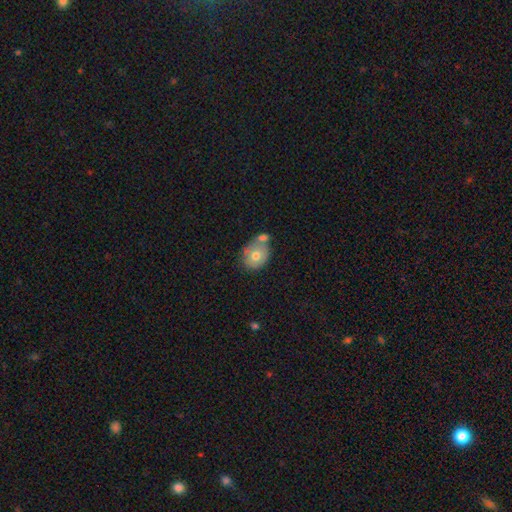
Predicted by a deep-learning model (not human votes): This is likely a smooth galaxy (67%). How rounded: possibly round (54%). Merging: marginally merger (42%).